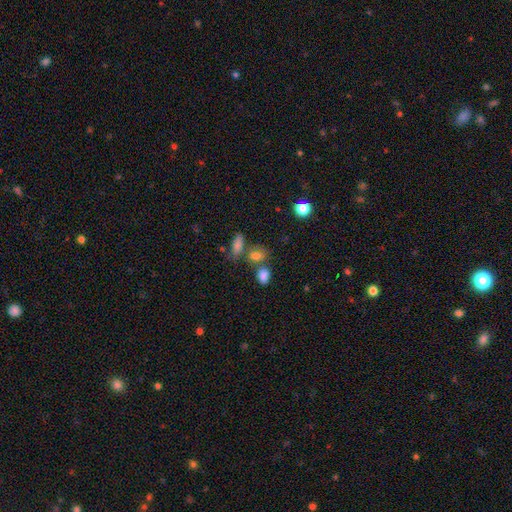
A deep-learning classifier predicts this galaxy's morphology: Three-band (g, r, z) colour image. It shows a smooth galaxy with no disk features (78%) that is in between round and cigar-shaped (73%). Merging: none (48%).